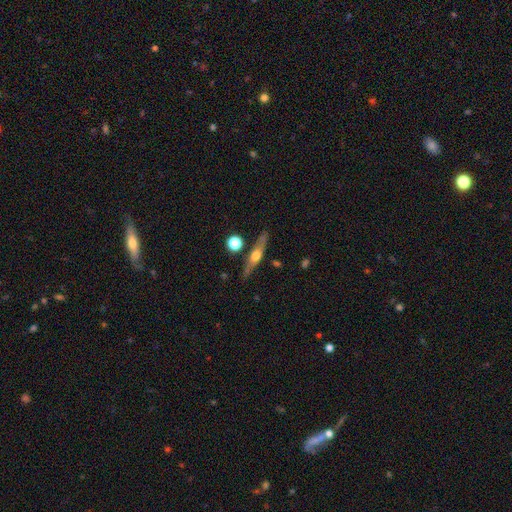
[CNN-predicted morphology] A featured or disk galaxy (63%) viewed edge-on (92%) with a rounded central bulge (91%). Merging: none (81%).